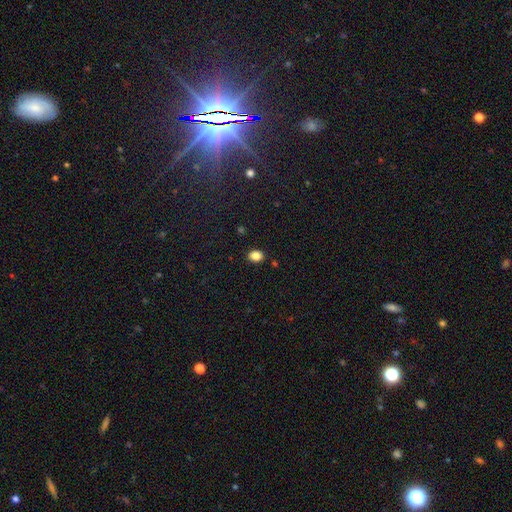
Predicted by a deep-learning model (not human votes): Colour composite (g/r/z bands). It shows a smooth galaxy with no disk features (85%) that is in between round and cigar-shaped (59%). Merging: none (89%).